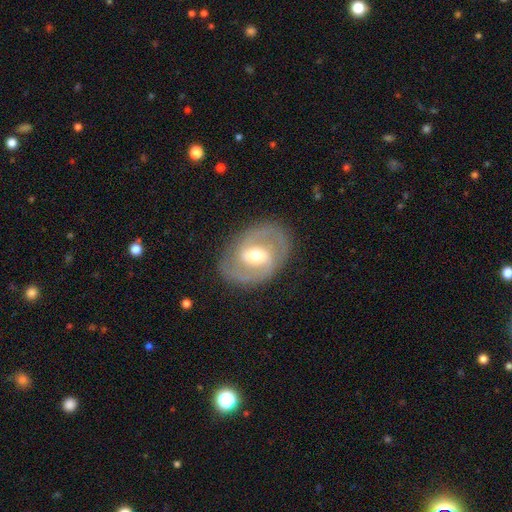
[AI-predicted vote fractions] A featured or disk galaxy (83%) with a weak bar (47%), 2 (88%) medium (51%) spiral arms (87%) and a moderate central bulge (63%). Merging: none (83%).